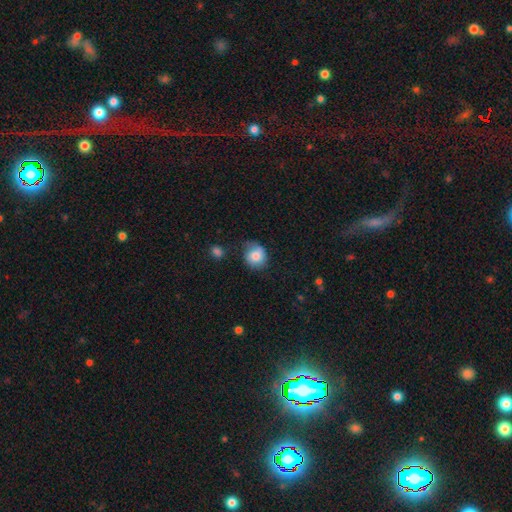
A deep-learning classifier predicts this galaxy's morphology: Smooth or featured: smooth — 77% (featured or disk — 15%)
How rounded: round — 77% (in between — 23%)
Merging: none — 56% (minor disturbance — 30%)